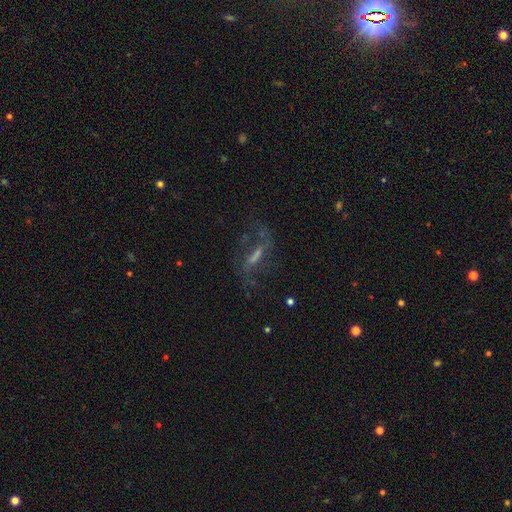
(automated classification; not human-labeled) Smooth or featured: featured or disk — 62% (smooth — 21%)
Edge-on disk: no — 81% (yes — 19%)
Bar: strong — 45% (weak — 36%)
Spiral arms: yes — 74% (no — 26%)
Bulge size: none — 37% (small — 27%)
Merging: none — 58% (major disturbance — 22%)